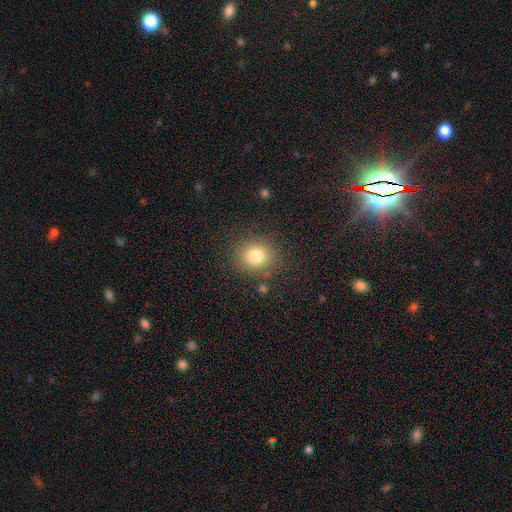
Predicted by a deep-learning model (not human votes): smooth-or-featured: smooth: 79% | star or artifact: 13% | featured or disk: 9%
  how-rounded: round: 81% | in between: 18% | cigar-shaped: 1%
  merging: none: 84% | minor disturbance: 10% | major disturbance: 4% | merger: 2%